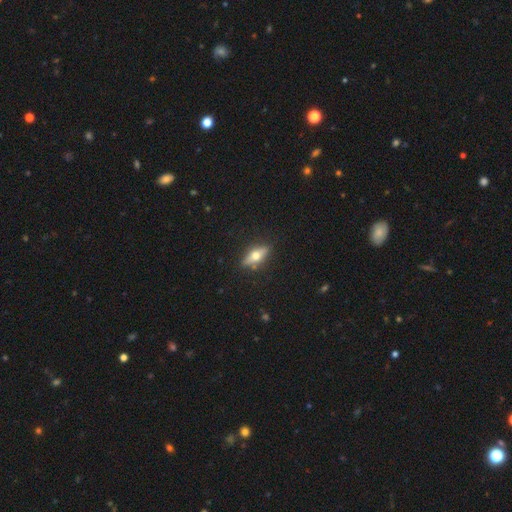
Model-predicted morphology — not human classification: Smooth or featured?
  - featured or disk: 52% *
  - smooth: 41%
  - star or artifact: 7%
Edge-on disk?
  - yes: 87% *
  - no: 13%
Merging?
  - none: 85% *
  - minor disturbance: 11%
  - major disturbance: 3%
  - merger: 2%